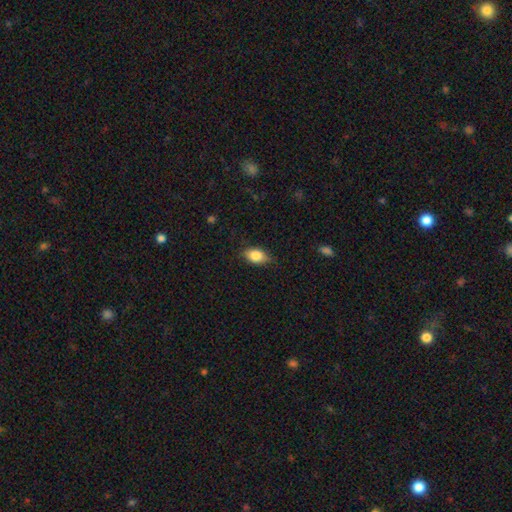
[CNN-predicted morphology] A smooth galaxy with no disk features (83%) that is in between round and cigar-shaped (86%).

Vote fractions:
- Smooth or featured? smooth: 83% / featured or disk: 9% / star or artifact: 8%
- How rounded? in between: 86% / round: 10% / cigar-shaped: 3%
- Merging? none: 80% / minor disturbance: 16% / major disturbance: 3% / merger: 1%